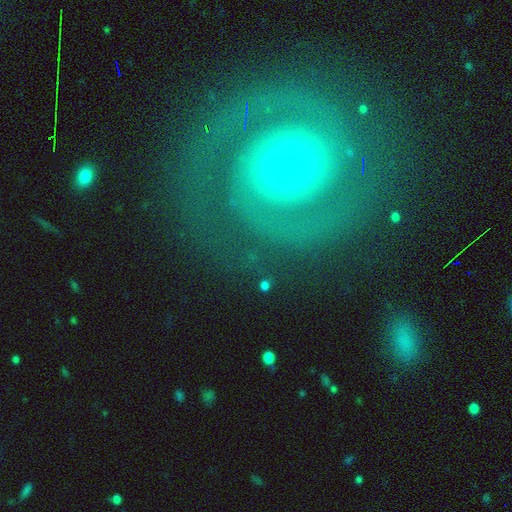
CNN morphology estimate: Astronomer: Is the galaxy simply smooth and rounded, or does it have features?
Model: featured or disk — 87%.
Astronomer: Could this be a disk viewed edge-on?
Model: no — 98%.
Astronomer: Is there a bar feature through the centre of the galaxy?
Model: no — 79%.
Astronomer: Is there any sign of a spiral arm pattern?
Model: yes — 95%.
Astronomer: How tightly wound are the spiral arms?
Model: tight — 73%.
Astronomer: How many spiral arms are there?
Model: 2 — 80%.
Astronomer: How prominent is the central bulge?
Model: small — 58% (runner-up: moderate, 36%).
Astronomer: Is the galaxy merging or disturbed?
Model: none — 83%.